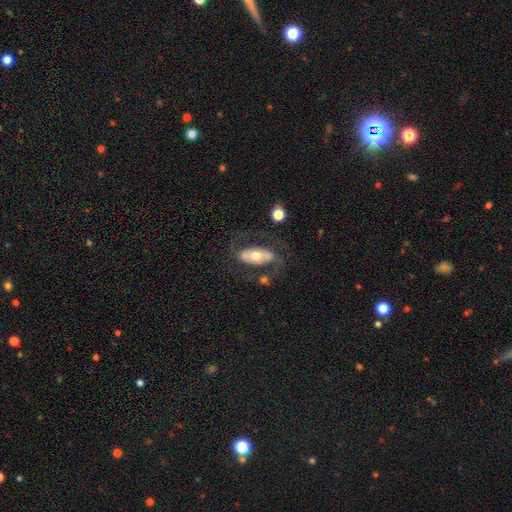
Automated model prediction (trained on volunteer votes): smooth-or-featured: featured or disk: 67% | smooth: 27% | star or artifact: 6%
  disk-edge-on: no: 92% | yes: 8%
    bar: no: 41% | strong: 34% | weak: 25%
    has-spiral-arms: yes: 74% | no: 26%
    bulge-size: moderate: 63% | small: 25% | large: 9% | dominant: 2% | none: 1%
  merging: none: 58% | major disturbance: 19% | minor disturbance: 16% | merger: 6%